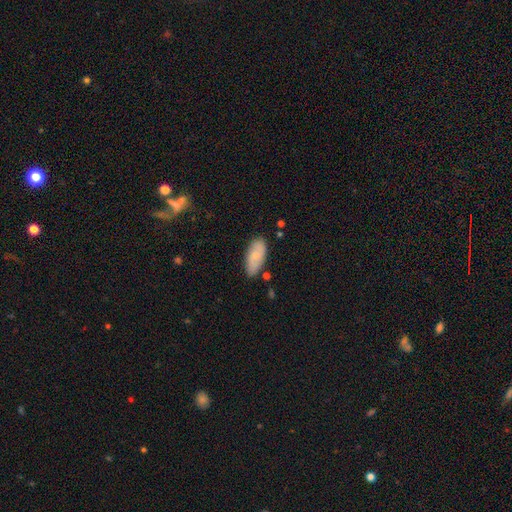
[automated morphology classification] This appears to be a smooth galaxy with no disk features (69%) that is in between round and cigar-shaped (87%). Merging: none (77%).